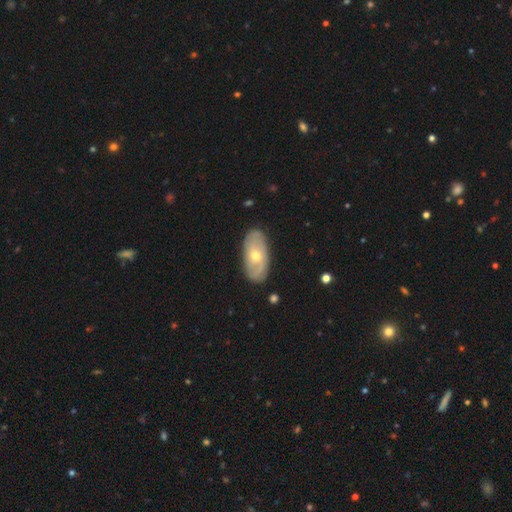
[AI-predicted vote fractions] The model was most divided on "bulge size": moderate: 54%, small: 42%, large: 2%, none: 1%, dominant: 1%. More confident: edge-on disk — no (88%); merging — none (83%); bar — no (74%); spiral arms — yes (60%); smooth or featured — featured or disk (58%).